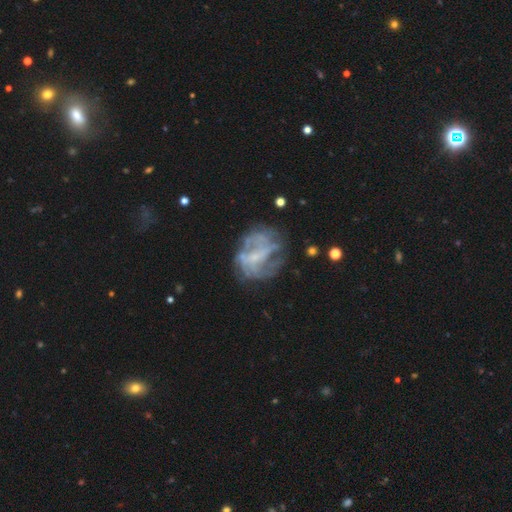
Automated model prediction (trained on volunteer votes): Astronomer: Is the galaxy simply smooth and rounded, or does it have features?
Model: featured or disk — 69%.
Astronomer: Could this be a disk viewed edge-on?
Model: no — 98%.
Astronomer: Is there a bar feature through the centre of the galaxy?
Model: no — 58%.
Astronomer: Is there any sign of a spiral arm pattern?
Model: no — 51% (runner-up: yes, 49%).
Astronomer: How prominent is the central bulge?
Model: small — 48% (runner-up: none, 35%).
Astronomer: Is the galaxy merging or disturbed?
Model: none — 51%.